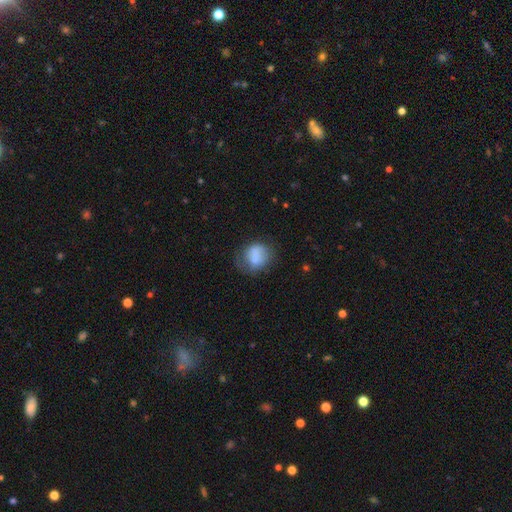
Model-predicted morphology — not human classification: smooth_or_featured: smooth (p=0.73) [alt: featured or disk p=0.18]
how_rounded: round (p=0.61) [alt: in between p=0.38]
merging: none (p=0.47) [alt: minor disturbance p=0.28]